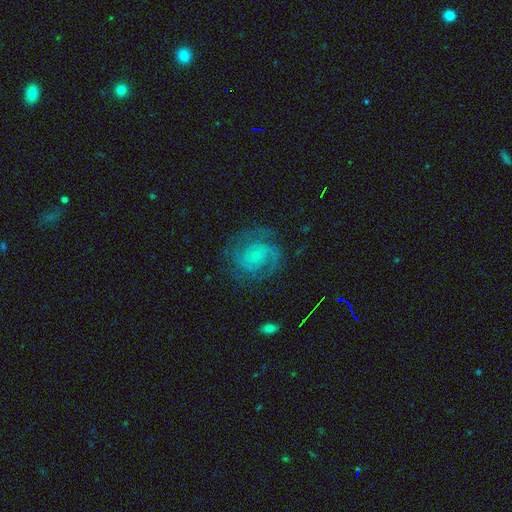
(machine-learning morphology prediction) featured or disk 80%, smooth 12%, star or artifact 8%. Down the decision tree: edge-on disk — no (98%); bar — no (73%); spiral arms — yes (95%); spiral arm count — 2 (52%); spiral winding — tight (55%); bulge size — small (77%); merging — none (74%).